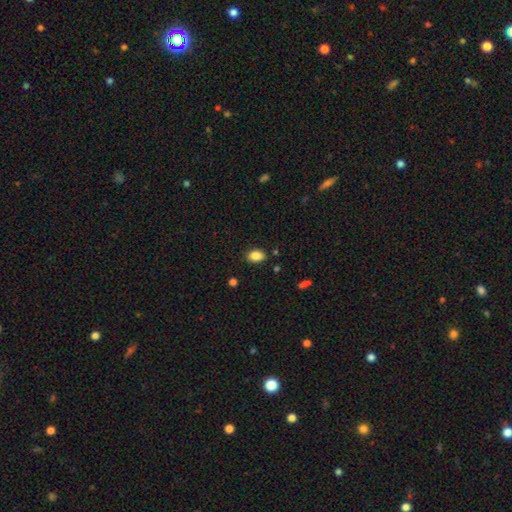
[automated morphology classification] smooth 86%, star or artifact 9%, featured or disk 5%. Down the decision tree: how rounded — in between (81%); merging — none (84%).